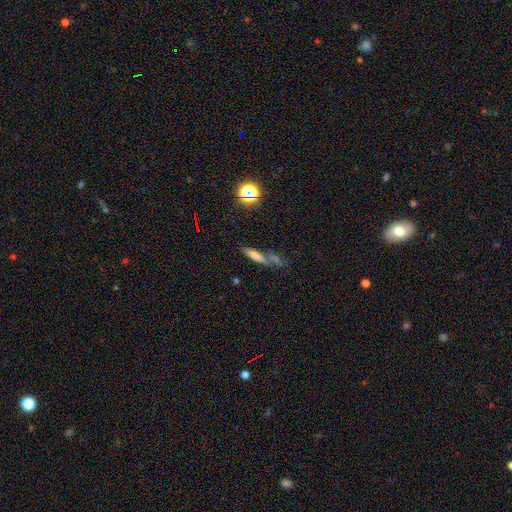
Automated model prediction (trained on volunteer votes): This is possibly a smooth galaxy (52%). How rounded: likely cigar-shaped (70%). Merging: possibly none (55%).